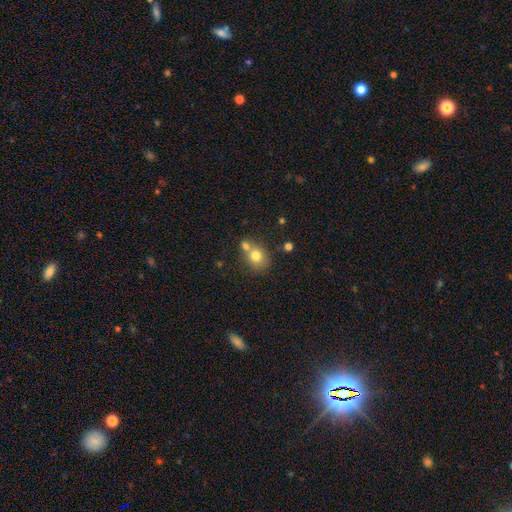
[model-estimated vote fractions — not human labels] Smooth or featured: smooth — 76% (featured or disk — 13%)
How rounded: round — 64% (in between — 35%)
Merging: none — 46% (merger — 39%)